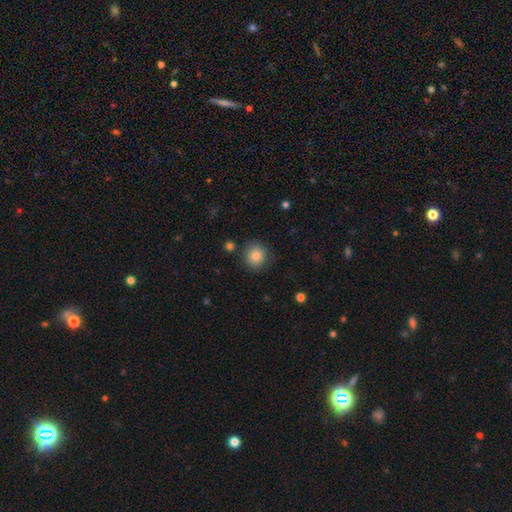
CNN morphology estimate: Smooth or featured: smooth — 83% (star or artifact — 10%)
How rounded: round — 90% (in between — 9%)
Merging: none — 86% (minor disturbance — 9%)